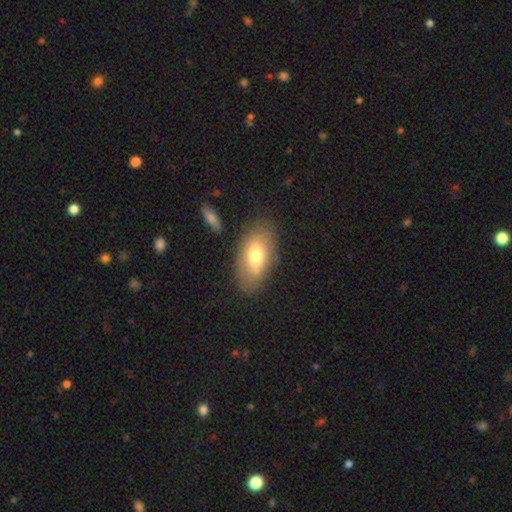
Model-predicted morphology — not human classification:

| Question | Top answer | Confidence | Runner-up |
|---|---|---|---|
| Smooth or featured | smooth | 69% | featured or disk (23%) |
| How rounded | in between | 92% | round (5%) |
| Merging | none | 76% | minor disturbance (16%) |